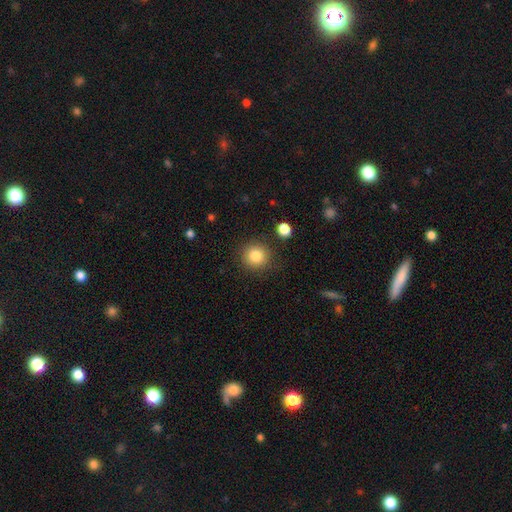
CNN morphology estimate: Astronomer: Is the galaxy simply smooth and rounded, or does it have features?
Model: smooth — 84%.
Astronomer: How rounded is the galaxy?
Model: round — 91%.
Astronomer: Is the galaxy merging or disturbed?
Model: none — 87%.